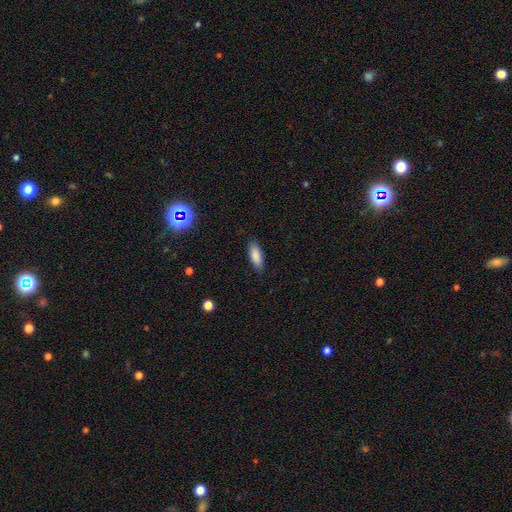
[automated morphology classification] type=smooth (88%); roundness=in between (74%); merging=none (86%).